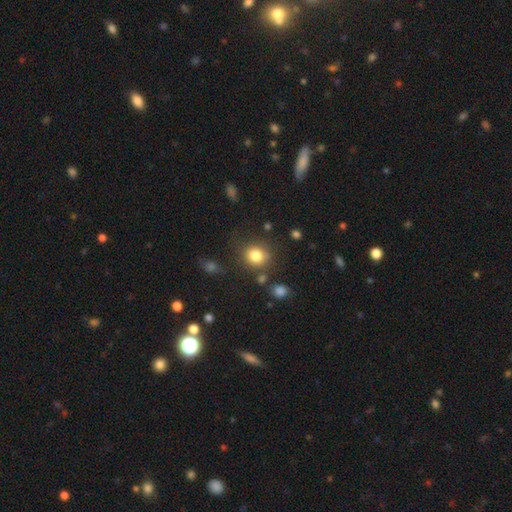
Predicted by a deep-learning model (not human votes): The model was most divided on "how rounded": round: 78%, in between: 21%, cigar-shaped: 1%. More confident: smooth or featured — smooth (82%); merging — none (74%).